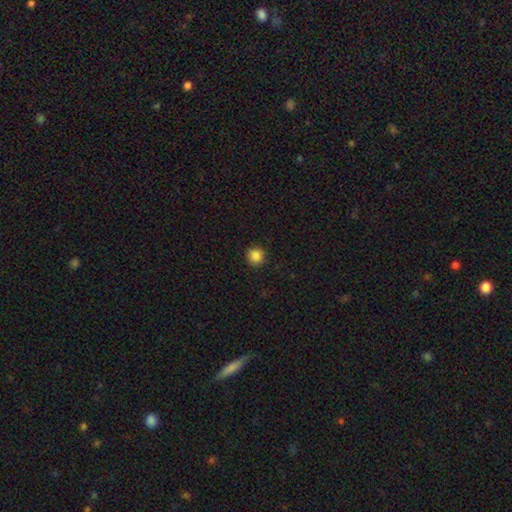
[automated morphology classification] smooth_or_featured: smooth (p=0.87) [alt: star or artifact p=0.10]
how_rounded: round (p=0.92) [alt: in between p=0.07]
merging: none (p=0.92) [alt: minor disturbance p=0.06]